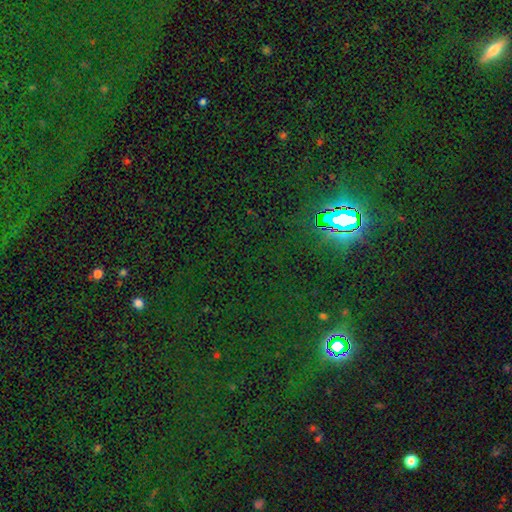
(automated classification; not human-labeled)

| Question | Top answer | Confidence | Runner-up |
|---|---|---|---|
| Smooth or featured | star or artifact | 82% | smooth (11%) |